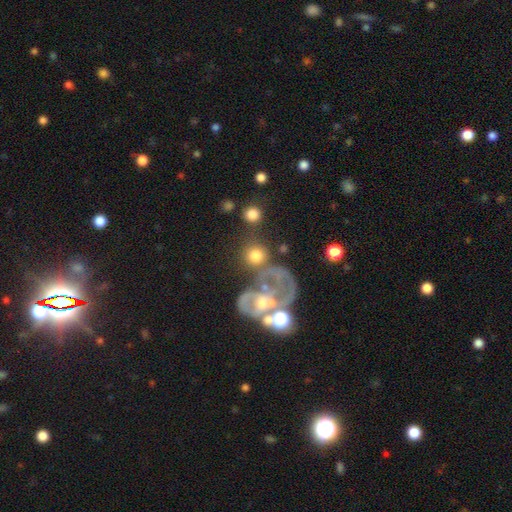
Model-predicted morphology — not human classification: A smooth galaxy with no disk features (65%) that is round (83%). Merging: none (45%).